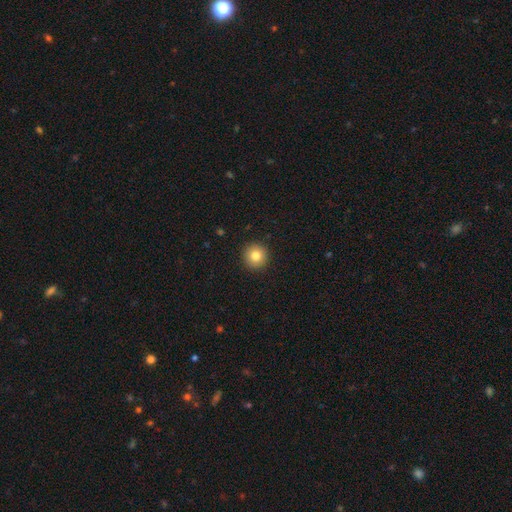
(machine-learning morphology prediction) Smooth or featured? smooth (81%)
How rounded? round (95%)
Merging? none (93%)